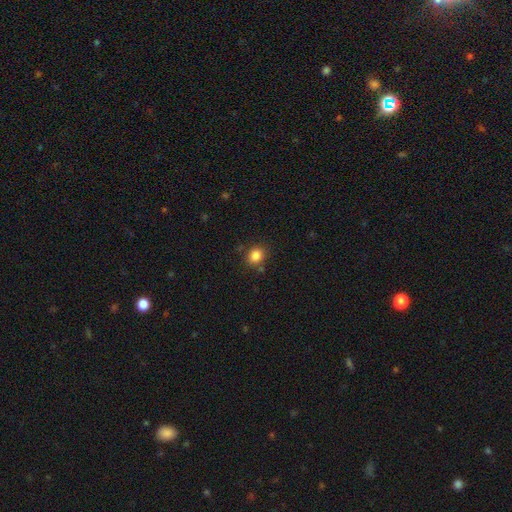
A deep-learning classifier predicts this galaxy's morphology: smooth_or_featured: smooth (p=0.84) [alt: star or artifact p=0.11]
how_rounded: round (p=0.65) [alt: in between p=0.34]
merging: none (p=0.82) [alt: minor disturbance p=0.11]